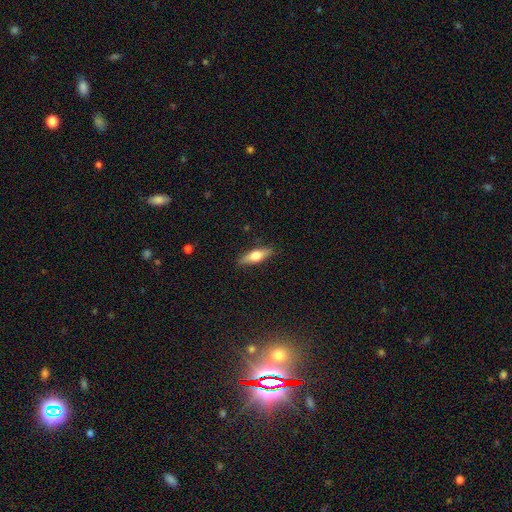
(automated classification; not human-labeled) A smooth galaxy with no disk features (55%) that is cigar-shaped (50%).

Vote fractions:
- Smooth or featured? smooth: 55% / featured or disk: 39% / star or artifact: 6%
- How rounded? cigar-shaped: 50% / in between: 47% / round: 3%
- Merging? none: 87% / minor disturbance: 10% / major disturbance: 2% / merger: 1%